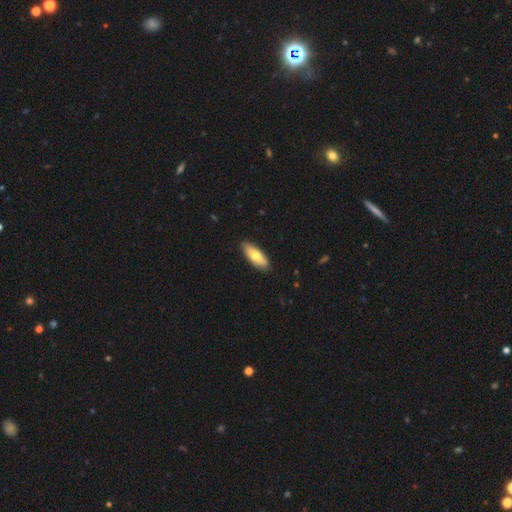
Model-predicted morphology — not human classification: Smooth or featured: smooth — 73% (featured or disk — 22%)
How rounded: in between — 68% (cigar-shaped — 30%)
Merging: none — 88% (minor disturbance — 9%)